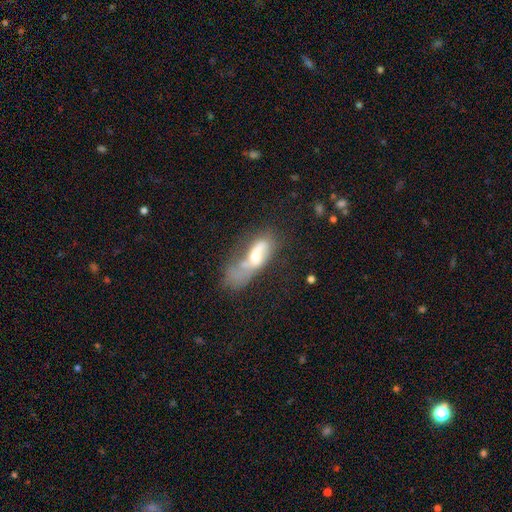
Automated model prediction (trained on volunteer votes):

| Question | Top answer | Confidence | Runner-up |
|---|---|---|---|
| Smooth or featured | featured or disk | 46% | tied: smooth (46%) |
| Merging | major disturbance | 38% | merger (29%) |